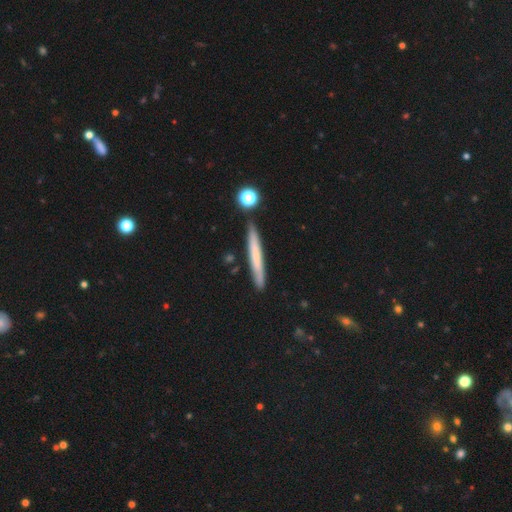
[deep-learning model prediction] Morphology: type=smooth (58%); roundness=cigar-shaped (96%); merging=none (86%).